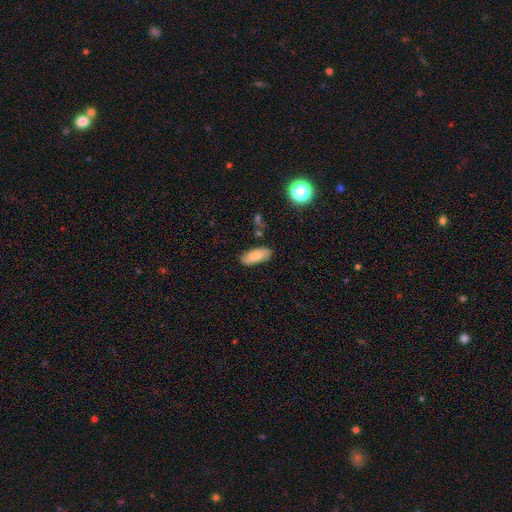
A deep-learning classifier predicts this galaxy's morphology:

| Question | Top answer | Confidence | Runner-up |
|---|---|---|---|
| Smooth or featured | smooth | 84% | featured or disk (9%) |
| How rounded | in between | 82% | cigar-shaped (16%) |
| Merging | none | 82% | minor disturbance (13%) |